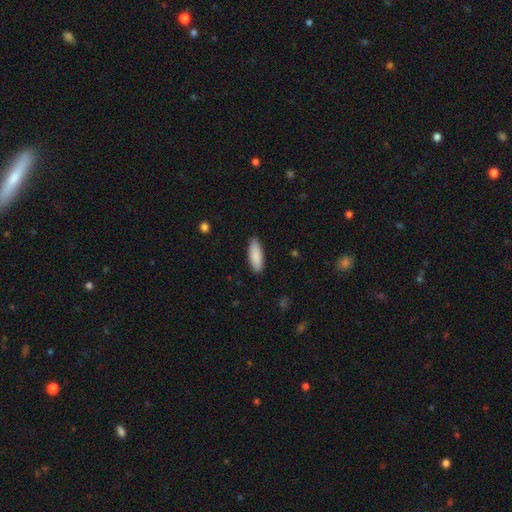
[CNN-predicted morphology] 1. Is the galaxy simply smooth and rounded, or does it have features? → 89% smooth, 6% featured or disk, 5% star or artifact.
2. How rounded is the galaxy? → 62% in between, 36% cigar-shaped, 1% round.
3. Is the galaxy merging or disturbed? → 88% none, 9% minor disturbance, 2% major disturbance, 1% merger.